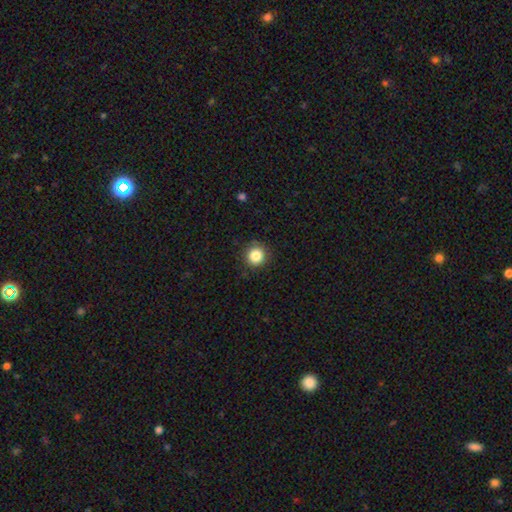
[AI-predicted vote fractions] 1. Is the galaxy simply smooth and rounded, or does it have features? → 85% smooth, 11% star or artifact, 5% featured or disk.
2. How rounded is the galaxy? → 93% round, 6% in between, 1% cigar-shaped.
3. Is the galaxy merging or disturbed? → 88% none, 8% minor disturbance, 2% major disturbance, 1% merger.